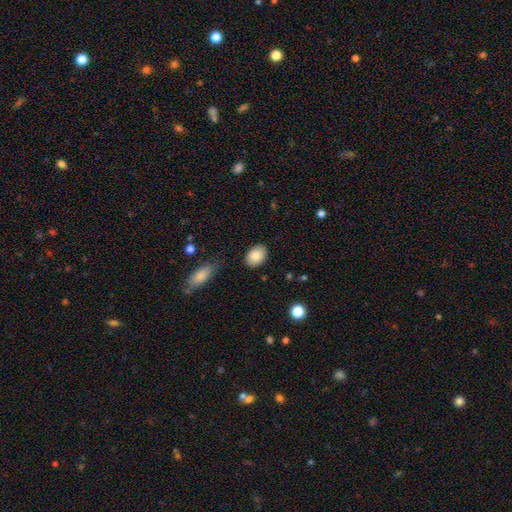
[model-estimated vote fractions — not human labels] The model was most divided on "how rounded": in between: 78%, round: 21%, cigar-shaped: 1%. More confident: smooth or featured — smooth (86%); merging — none (84%).